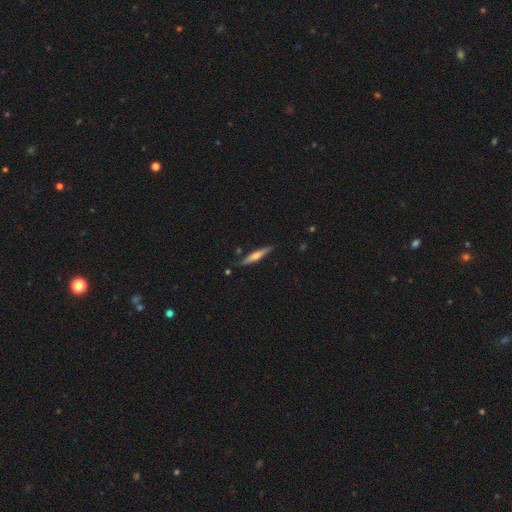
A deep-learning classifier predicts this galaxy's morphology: Smooth or featured? featured or disk (54%)
Edge-on disk? yes (96%)
Edge-on bulge? rounded (72%)
Merging? none (84%)